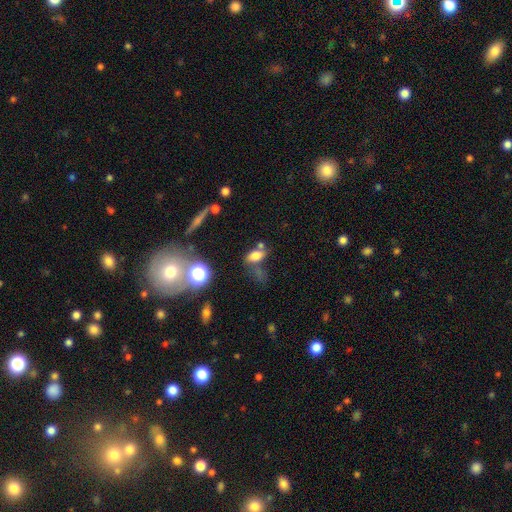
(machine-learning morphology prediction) Smooth or featured? Predicted: smooth (p=0.69). How rounded? Predicted: in between (p=0.83). Merging? Predicted: none (p=0.41).